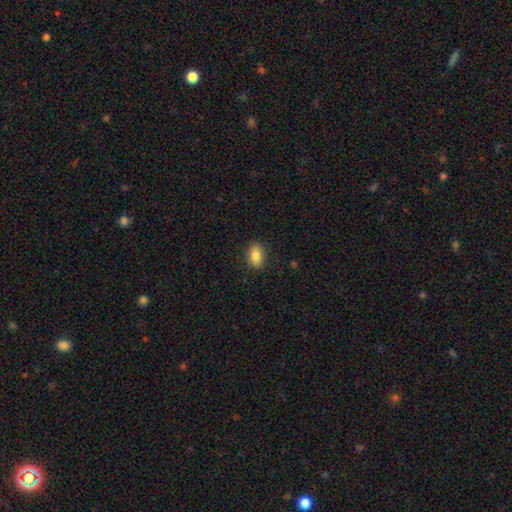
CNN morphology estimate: smooth_or_featured: smooth (p=0.84) [alt: featured or disk p=0.08]
how_rounded: in between (p=0.83) [alt: round p=0.15]
merging: none (p=0.87) [alt: minor disturbance p=0.10]